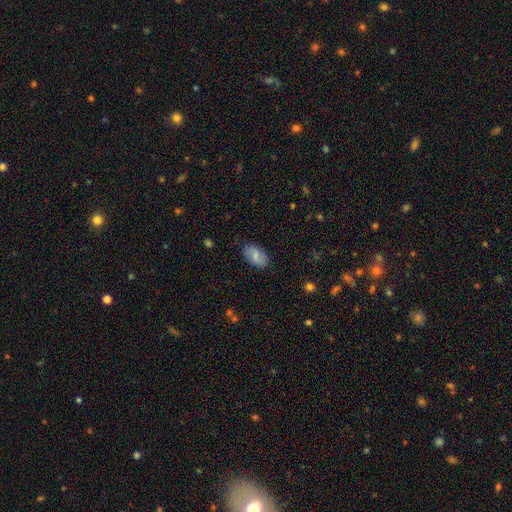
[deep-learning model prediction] Smooth or featured?
  - smooth: 73% *
  - featured or disk: 20%
  - star or artifact: 7%
How rounded?
  - in between: 93% *
  - round: 5%
  - cigar-shaped: 2%
Merging?
  - none: 84% *
  - minor disturbance: 12%
  - major disturbance: 3%
  - merger: 1%